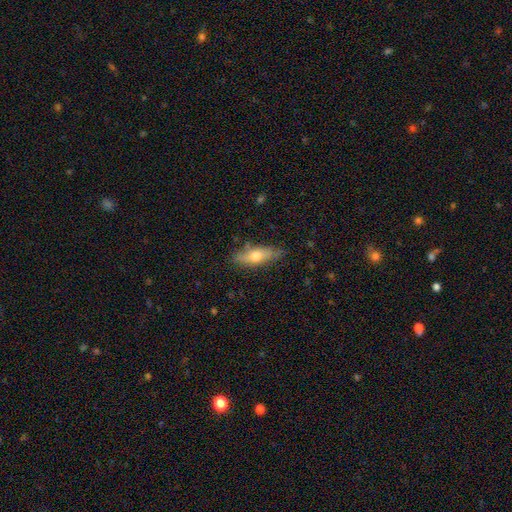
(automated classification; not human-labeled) Smooth or featured? Predicted: smooth (p=0.56). How rounded? Predicted: in between (p=0.51). Merging? Predicted: none (p=0.78).